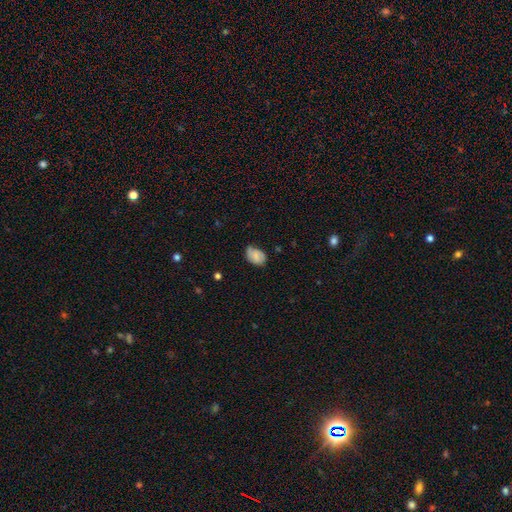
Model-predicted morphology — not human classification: smooth-or-featured: smooth: 69% | featured or disk: 22% | star or artifact: 9%
  how-rounded: in between: 79% | round: 19% | cigar-shaped: 1%
  merging: none: 59% | minor disturbance: 33% | major disturbance: 7% | merger: 2%